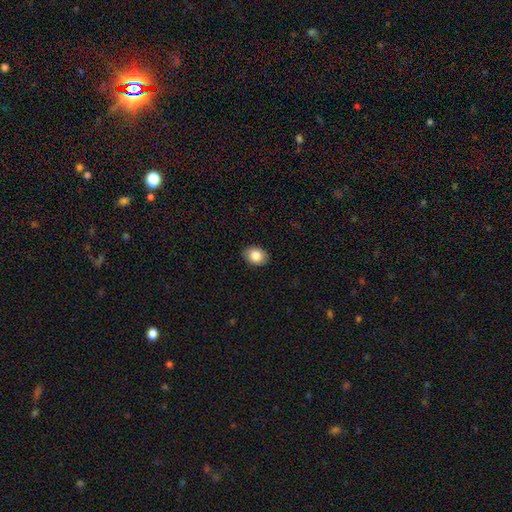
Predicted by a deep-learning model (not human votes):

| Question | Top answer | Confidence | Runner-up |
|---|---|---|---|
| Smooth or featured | smooth | 84% | featured or disk (8%) |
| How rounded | in between | 70% | round (29%) |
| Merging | none | 88% | minor disturbance (9%) |